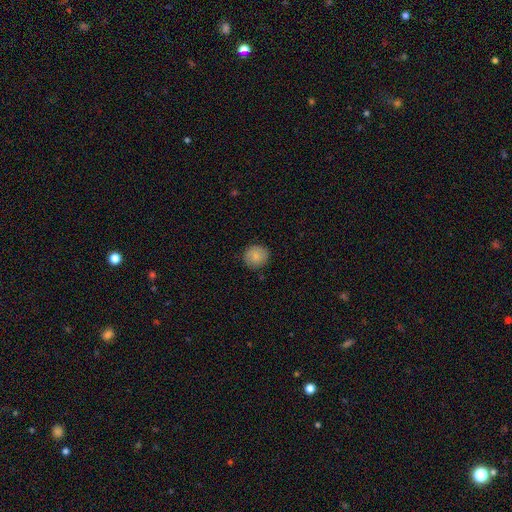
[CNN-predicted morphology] Overall: smooth (83%). How rounded: round (88%). Merging: none (85%).